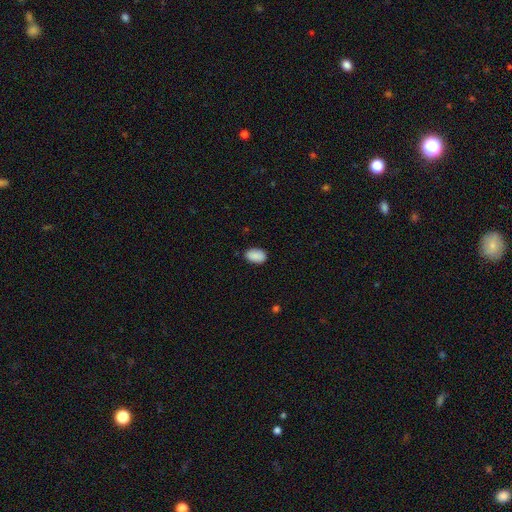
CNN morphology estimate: A smooth galaxy with no disk features (90%) that is in between round and cigar-shaped (91%). Merging: none (85%).